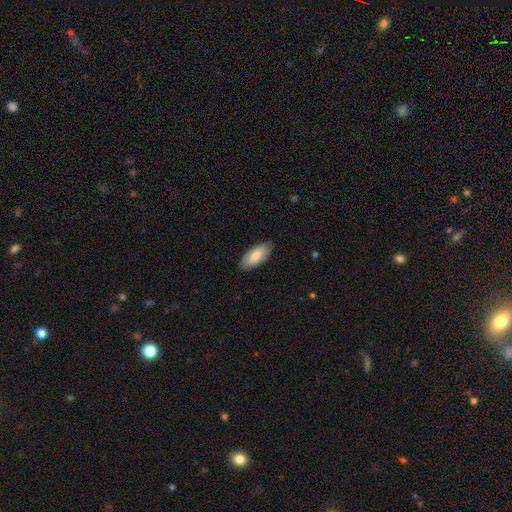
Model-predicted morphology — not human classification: Smooth or featured? Predicted: smooth (p=0.75). How rounded? Predicted: in between (p=0.89). Merging? Predicted: none (p=0.86).